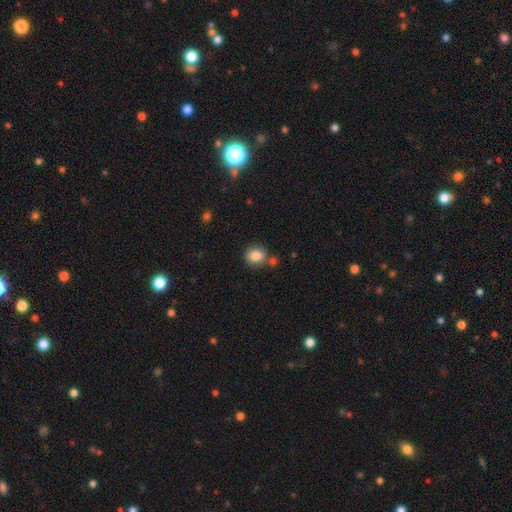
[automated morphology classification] This appears to be a smooth galaxy with no disk features (85%) that is round (76%). Merging: none (67%).